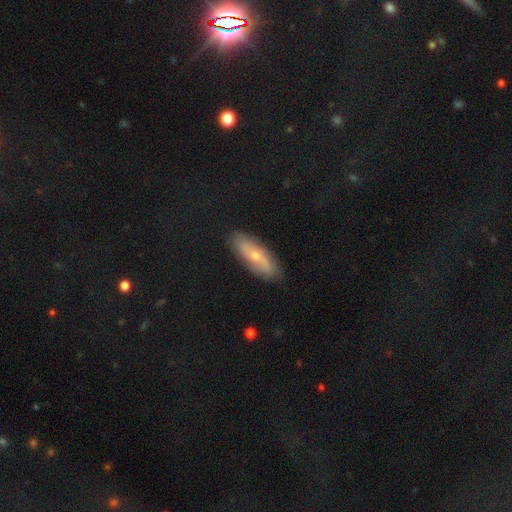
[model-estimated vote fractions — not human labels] Overall: featured or disk (54%; smooth 40%). Edge-on disk: no (76%). Merging: none (83%).